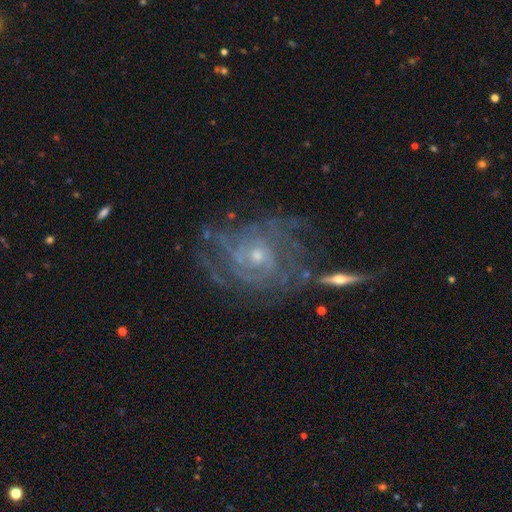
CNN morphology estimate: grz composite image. It shows a featured or disk galaxy (83%) with no bar (73%), tight (66%) spiral arms (89%) and a small central bulge (64%). Merging: none (58%).